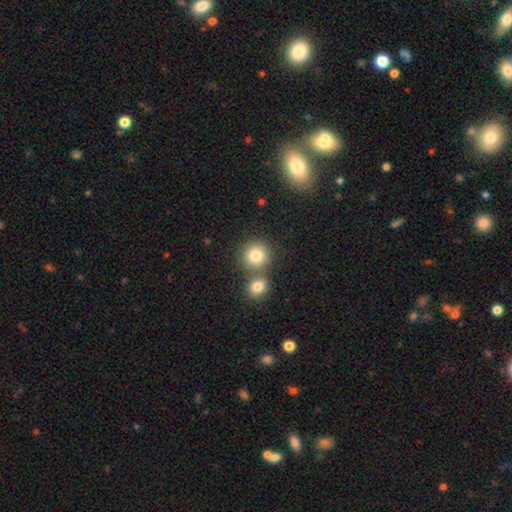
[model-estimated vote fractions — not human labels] This appears to be a smooth galaxy with no disk features (82%) that is round (89%). Merging: none (59%).